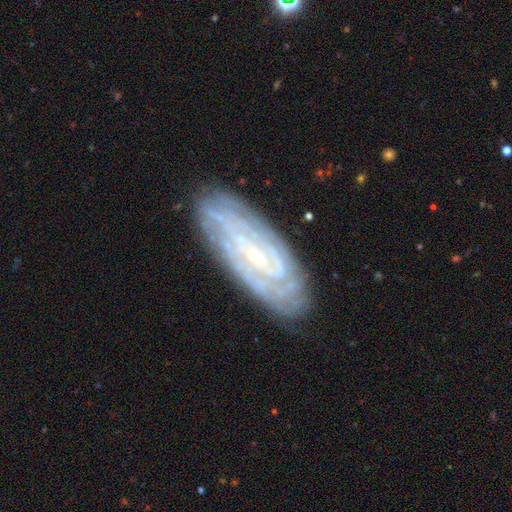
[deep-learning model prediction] A featured or disk galaxy (82%) with a weak bar (44%), tight (74%) spiral arms (93%) and a small central bulge (75%). Merging: none (82%).